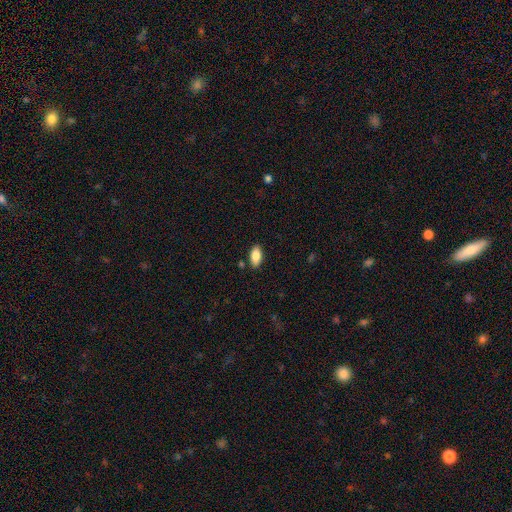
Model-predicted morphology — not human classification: Q: Smooth or featured?
A: smooth (85%); runner-up: featured or disk (8%)
Q: How rounded?
A: in between (90%); runner-up: cigar-shaped (8%)
Q: Merging?
A: none (87%); runner-up: minor disturbance (9%)